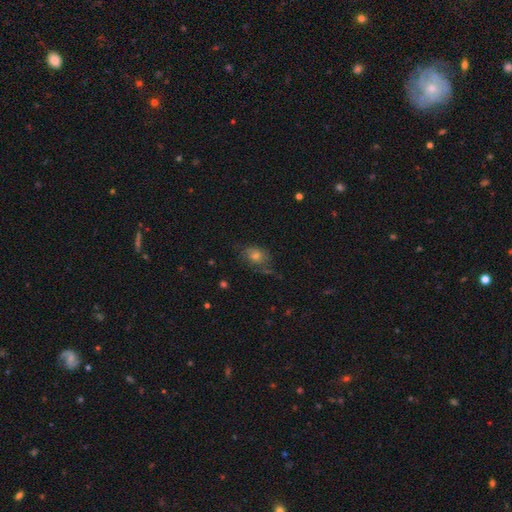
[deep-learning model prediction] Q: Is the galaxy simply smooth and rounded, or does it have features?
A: smooth — 55%.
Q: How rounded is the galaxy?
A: in between — 60%.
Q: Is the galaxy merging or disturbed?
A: none — 60%.